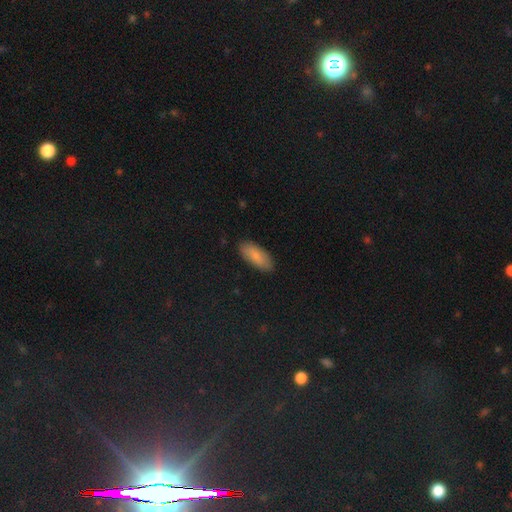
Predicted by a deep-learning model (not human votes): Smooth or featured?
  - smooth: 85% *
  - featured or disk: 9%
  - star or artifact: 6%
How rounded?
  - in between: 82% *
  - cigar-shaped: 17%
  - round: 2%
Merging?
  - none: 87% *
  - minor disturbance: 10%
  - major disturbance: 2%
  - merger: 1%